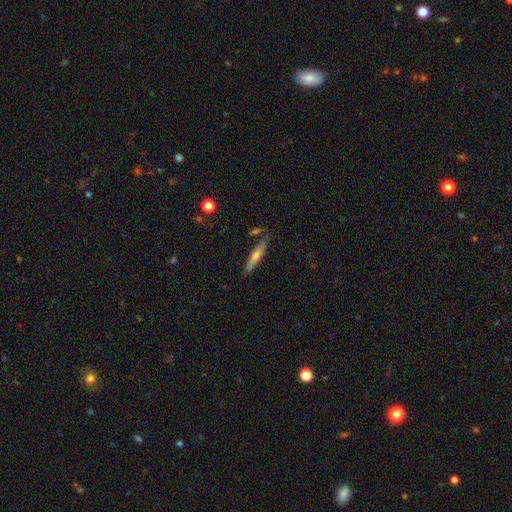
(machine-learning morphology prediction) Q: Smooth or featured?
A: featured or disk (51%); runner-up: smooth (41%)
Q: Edge-on disk?
A: yes (92%); runner-up: no (8%)
Q: Merging?
A: none (82%); runner-up: minor disturbance (11%)